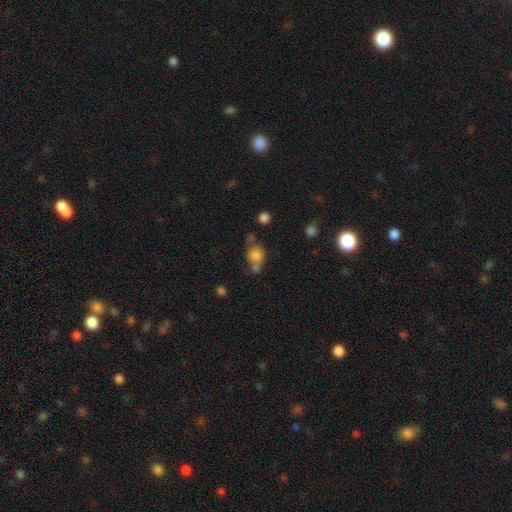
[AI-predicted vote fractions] smooth 76%, featured or disk 13%, star or artifact 11%. Down the decision tree: how rounded — round (60%); merging — none (40%).